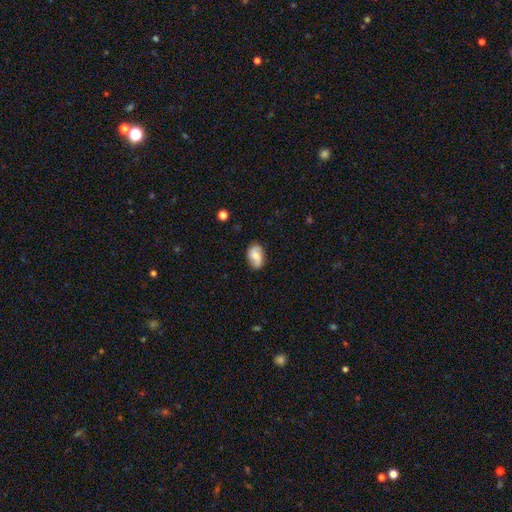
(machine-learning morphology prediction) Smooth or featured: smooth — 53% (featured or disk — 38%)
How rounded: in between — 86% (round — 12%)
Merging: none — 77% (minor disturbance — 18%)